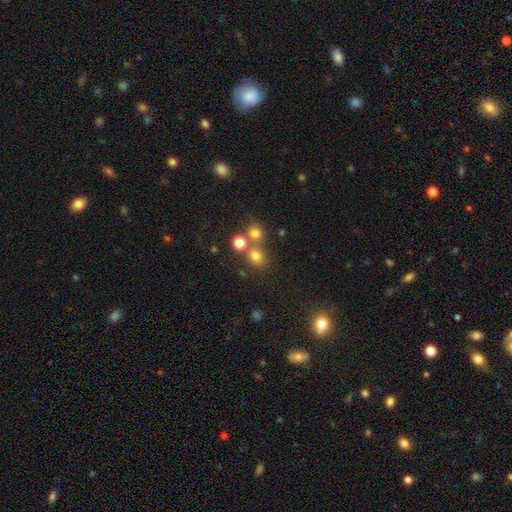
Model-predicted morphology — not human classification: smooth 74%, star or artifact 18%, featured or disk 8%. Down the decision tree: how rounded — round (80%); merging — none (62%).